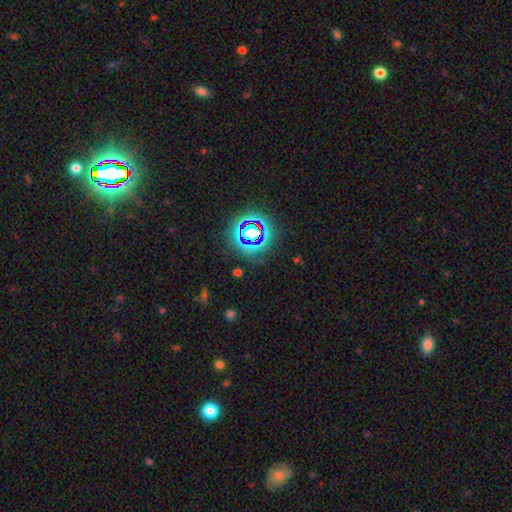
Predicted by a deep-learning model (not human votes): A star or artifact, not a galaxy (72%).

Vote fractions:
- Smooth or featured? star or artifact: 72% / smooth: 18% / featured or disk: 9%